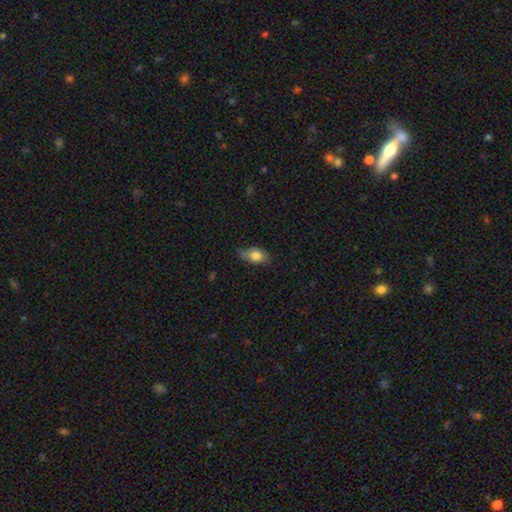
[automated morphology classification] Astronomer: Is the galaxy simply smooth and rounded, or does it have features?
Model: smooth — 80%.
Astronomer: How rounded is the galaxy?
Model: in between — 85%.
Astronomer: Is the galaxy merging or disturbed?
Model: none — 58% (runner-up: minor disturbance, 33%).